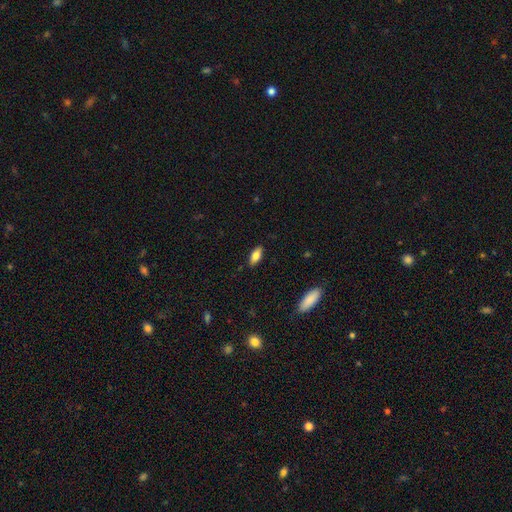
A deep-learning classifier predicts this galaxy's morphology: Smooth or featured?
  - smooth: 77% *
  - featured or disk: 16%
  - star or artifact: 7%
How rounded?
  - in between: 80% *
  - cigar-shaped: 18%
  - round: 2%
Merging?
  - none: 88% *
  - minor disturbance: 9%
  - major disturbance: 2%
  - merger: 1%